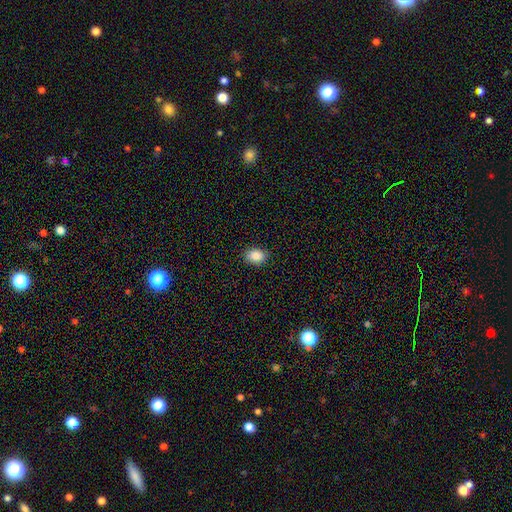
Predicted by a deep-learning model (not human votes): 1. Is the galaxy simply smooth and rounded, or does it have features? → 88% smooth, 8% star or artifact, 4% featured or disk.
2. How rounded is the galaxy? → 74% in between, 25% round, 1% cigar-shaped.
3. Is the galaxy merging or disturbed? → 88% none, 9% minor disturbance, 2% major disturbance, 1% merger.